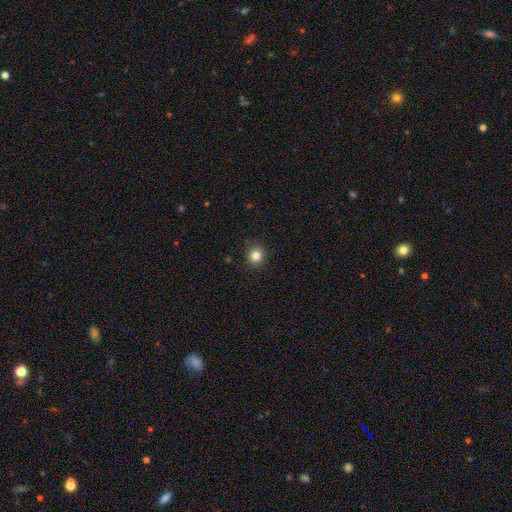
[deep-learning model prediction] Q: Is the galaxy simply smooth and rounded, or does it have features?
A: smooth — 83%.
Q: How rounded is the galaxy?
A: round — 88%.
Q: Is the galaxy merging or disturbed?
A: none — 91%.